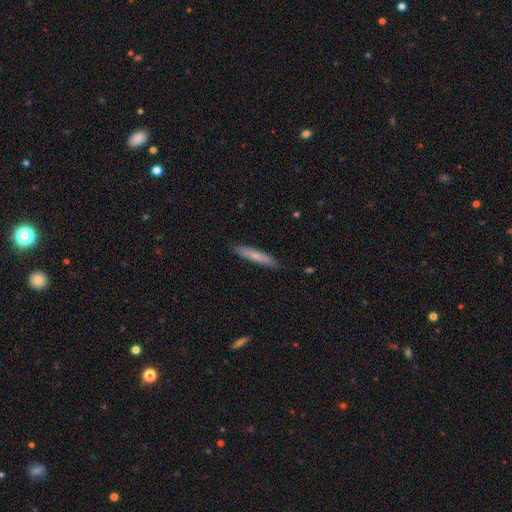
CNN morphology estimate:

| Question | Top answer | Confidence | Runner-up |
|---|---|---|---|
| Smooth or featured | smooth | 69% | featured or disk (25%) |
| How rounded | cigar-shaped | 92% | in between (7%) |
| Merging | none | 88% | minor disturbance (9%) |